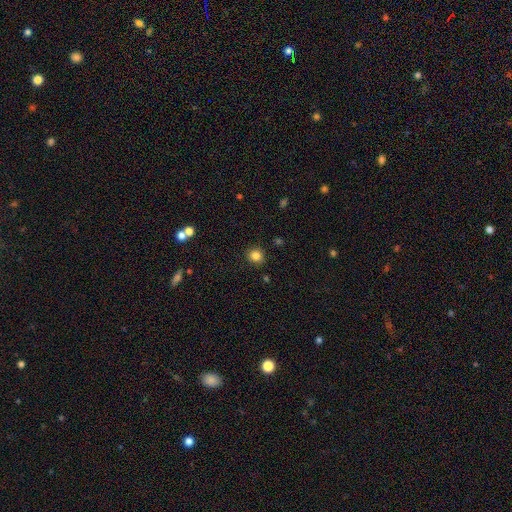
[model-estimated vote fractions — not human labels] A smooth galaxy with no disk features (83%) that is round (89%).

Vote fractions:
- Smooth or featured? smooth: 83% / star or artifact: 12% / featured or disk: 5%
- How rounded? round: 89% / in between: 10% / cigar-shaped: 1%
- Merging? none: 90% / minor disturbance: 6% / major disturbance: 2% / merger: 2%